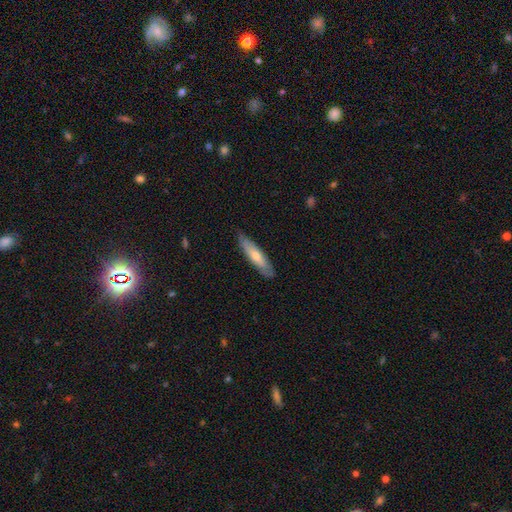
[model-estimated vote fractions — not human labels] Smooth or featured? Predicted: smooth (p=0.60). How rounded? Predicted: cigar-shaped (p=0.75). Merging? Predicted: none (p=0.82).